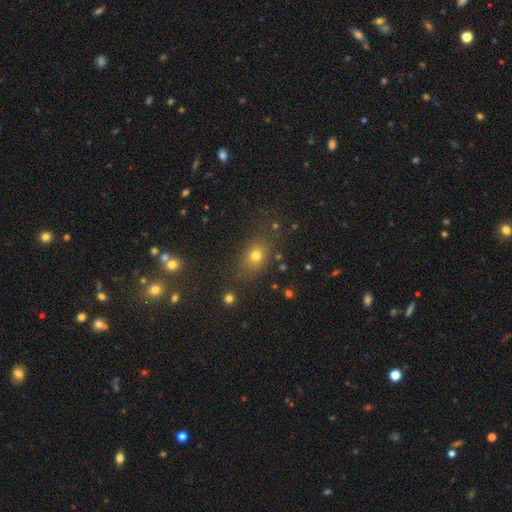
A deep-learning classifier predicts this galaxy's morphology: This appears to be a smooth galaxy with no disk features (71%) that is in between round and cigar-shaped (59%). Merging: none (77%).